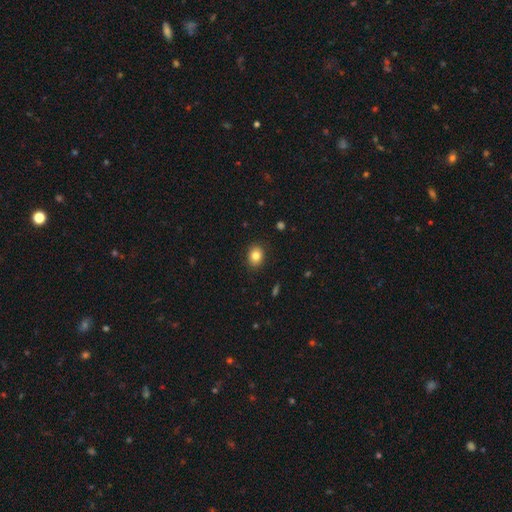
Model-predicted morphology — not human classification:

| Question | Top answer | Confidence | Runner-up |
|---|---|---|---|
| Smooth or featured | smooth | 83% | star or artifact (10%) |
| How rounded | in between | 53% | round (47%) |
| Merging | none | 89% | minor disturbance (8%) |